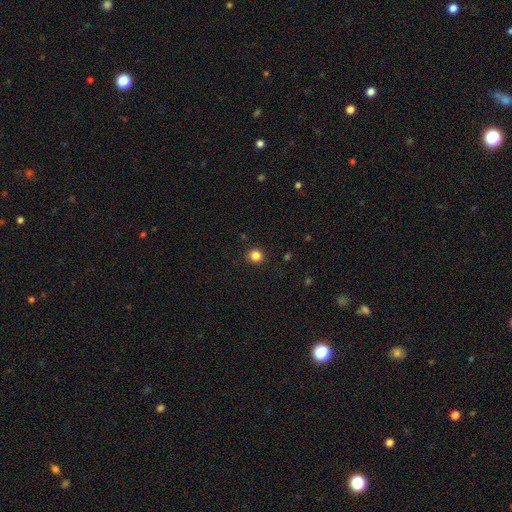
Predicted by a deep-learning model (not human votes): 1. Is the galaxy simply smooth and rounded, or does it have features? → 85% smooth, 12% star or artifact, 4% featured or disk.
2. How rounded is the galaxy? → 89% round, 10% in between, 1% cigar-shaped.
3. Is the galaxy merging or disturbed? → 90% none, 7% minor disturbance, 2% major disturbance, 1% merger.